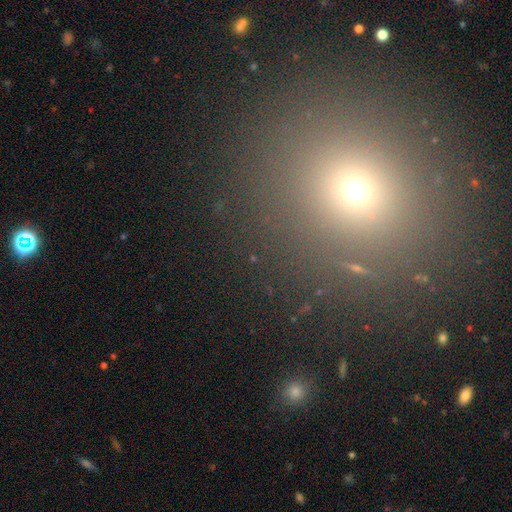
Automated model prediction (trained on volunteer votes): Smooth or featured? smooth (60%)
How rounded? round (84%)
Merging? none (88%)